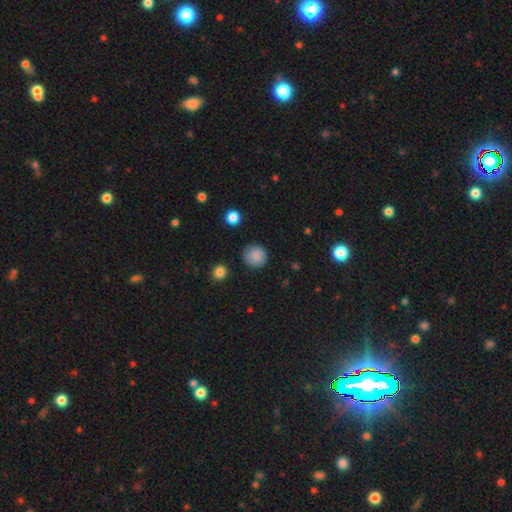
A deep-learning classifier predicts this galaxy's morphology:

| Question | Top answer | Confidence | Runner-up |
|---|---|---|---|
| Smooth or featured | smooth | 86% | star or artifact (9%) |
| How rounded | round | 91% | in between (8%) |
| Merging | none | 86% | minor disturbance (10%) |